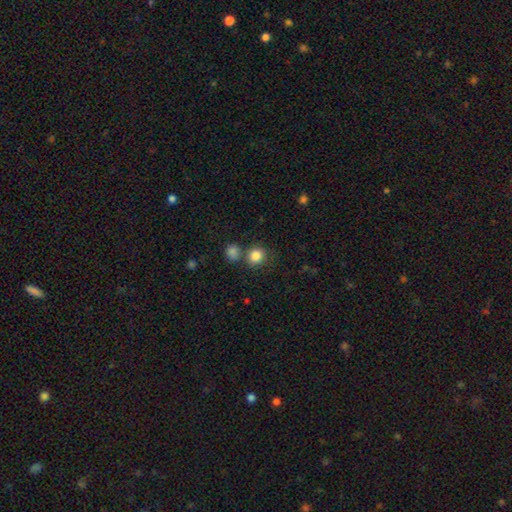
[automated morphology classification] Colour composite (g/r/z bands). It shows a smooth galaxy with no disk features (84%) that is round (84%). Merging: none (67%).